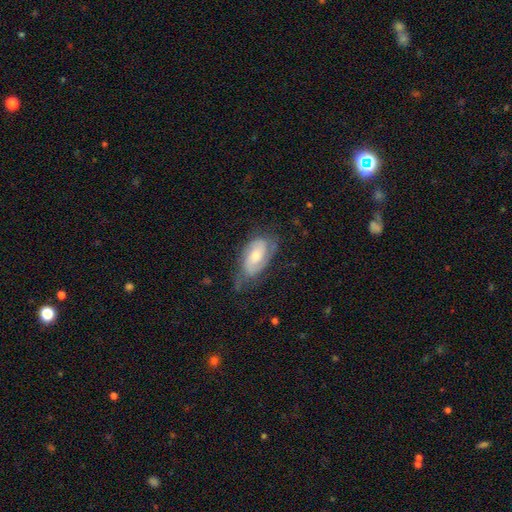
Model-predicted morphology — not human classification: This appears to be a featured or disk galaxy (62%) with no bar (59%), 2 (64%) medium (41%, tied with tight) spiral arms (86%) and a moderate central bulge (54%). Merging: none (53%).